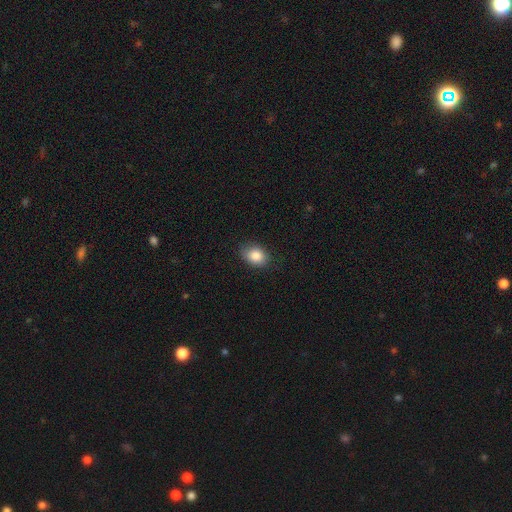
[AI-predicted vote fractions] Overall: smooth (85%). How rounded: in between (73%). Merging: none (82%).